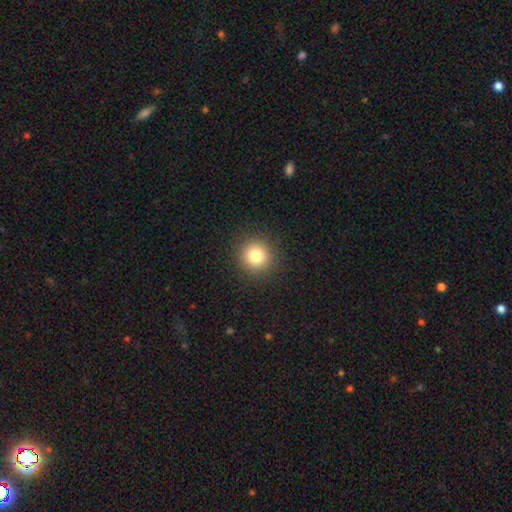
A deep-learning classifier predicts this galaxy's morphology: Overall: smooth (80%). How rounded: round (94%). Merging: none (92%).